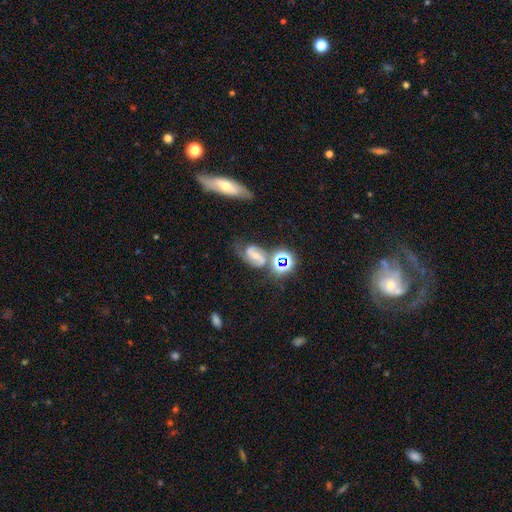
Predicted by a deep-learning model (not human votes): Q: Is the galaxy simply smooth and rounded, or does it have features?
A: featured or disk — 62%.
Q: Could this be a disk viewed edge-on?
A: no — 96%.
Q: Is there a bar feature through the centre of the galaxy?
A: weak — 41%.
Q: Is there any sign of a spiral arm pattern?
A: yes — 90%.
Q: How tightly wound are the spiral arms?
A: medium — 50%.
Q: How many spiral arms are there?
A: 2 — 86%.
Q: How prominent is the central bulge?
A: small — 51%.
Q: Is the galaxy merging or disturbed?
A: none — 52%.